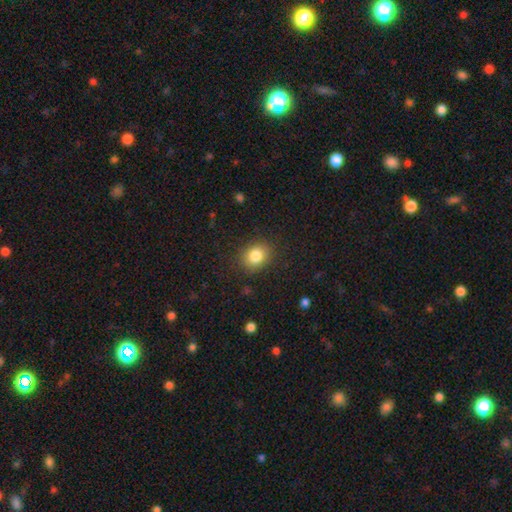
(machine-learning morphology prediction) Q: Smooth or featured?
A: smooth (83%); runner-up: star or artifact (10%)
Q: How rounded?
A: round (53%); runner-up: in between (46%)
Q: Merging?
A: none (86%); runner-up: minor disturbance (10%)